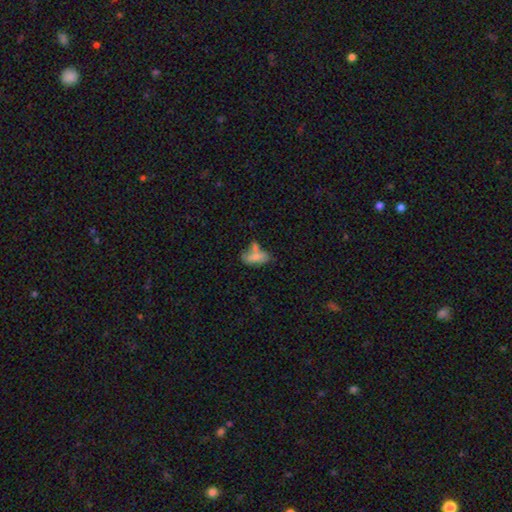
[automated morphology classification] smooth_or_featured: smooth (p=0.72) [alt: featured or disk p=0.18]
how_rounded: in between (p=0.83) [alt: cigar-shaped p=0.13]
merging: merger (p=0.37) [alt: none p=0.32]